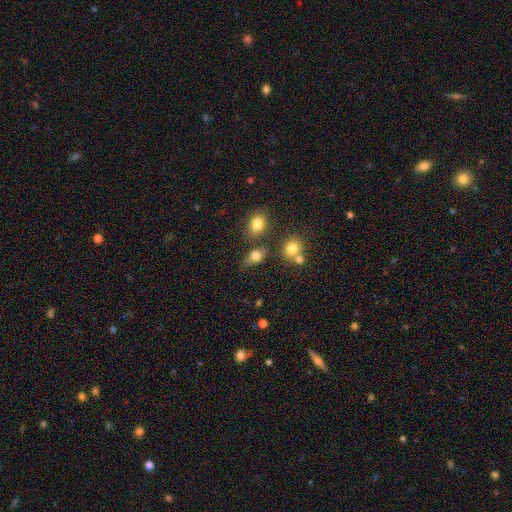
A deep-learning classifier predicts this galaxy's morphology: type=smooth (78%); roundness=in between (70%); merging=none (55%).